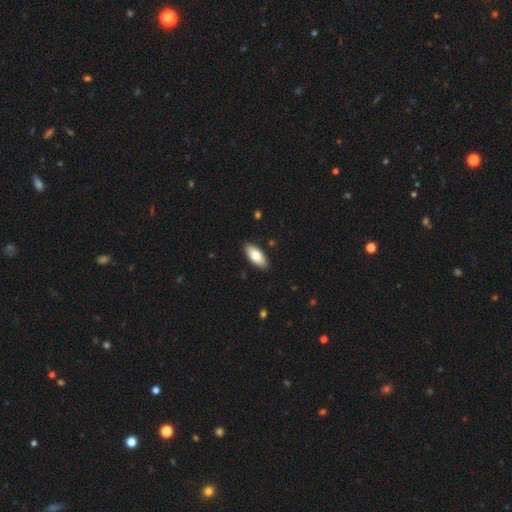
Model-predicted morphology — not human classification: Q: Smooth or featured?
A: smooth (79%); runner-up: featured or disk (15%)
Q: How rounded?
A: in between (88%); runner-up: cigar-shaped (10%)
Q: Merging?
A: none (89%); runner-up: minor disturbance (8%)